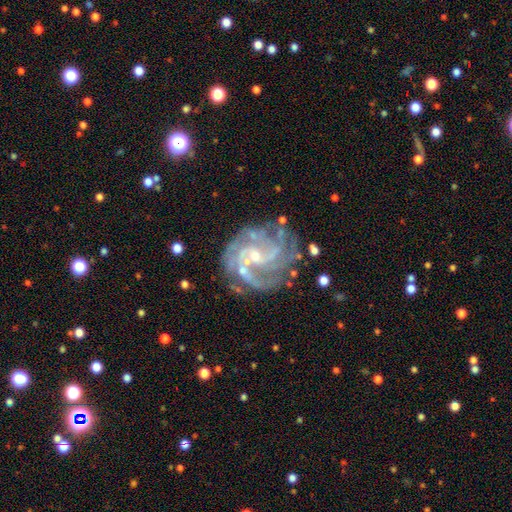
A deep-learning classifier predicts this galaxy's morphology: This is clearly a featured or disk galaxy (88%). It is clearly not viewed edge-on (98%). Bar: possibly no (46%). Spiral arm pattern: clearly yes (96%). Spiral arm count: marginally can't tell (24%). Spiral winding: possibly tight (52%). Central bulge: likely small (66%). Merging: likely none (67%).